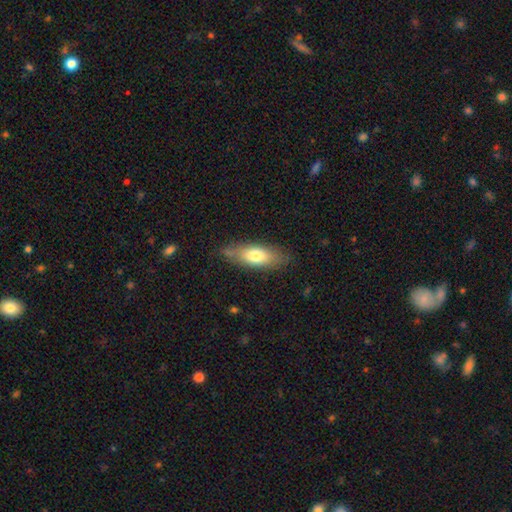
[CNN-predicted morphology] Smooth or featured? Predicted: smooth (p=0.71). How rounded? Predicted: in between (p=0.70). Merging? Predicted: none (p=0.77).